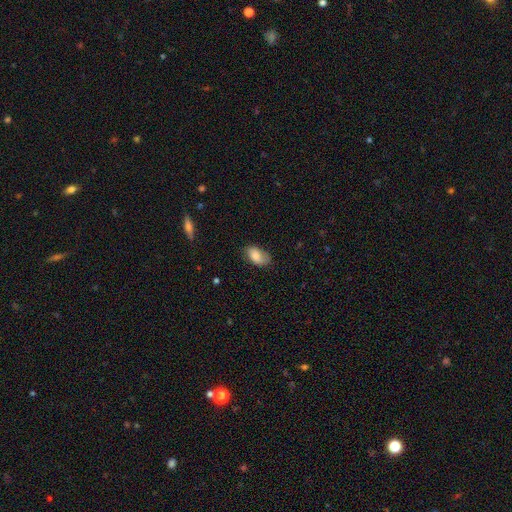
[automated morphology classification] A smooth galaxy with no disk features (80%) that is in between round and cigar-shaped (93%).

Vote fractions:
- Smooth or featured? smooth: 80% / featured or disk: 13% / star or artifact: 7%
- How rounded? in between: 93% / round: 5% / cigar-shaped: 2%
- Merging? none: 66% / minor disturbance: 26% / major disturbance: 6% / merger: 1%